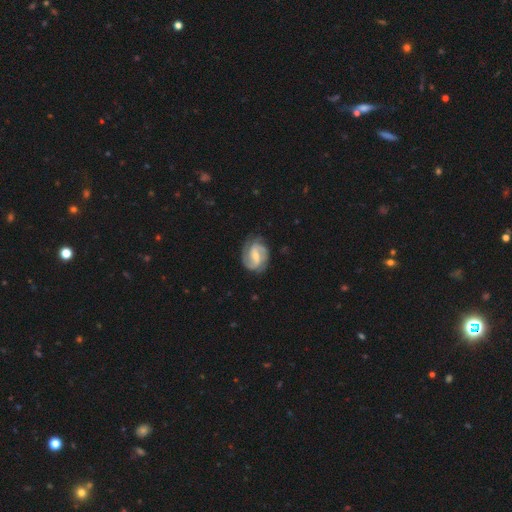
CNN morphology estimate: Smooth or featured?
  - featured or disk: 86% *
  - smooth: 10%
  - star or artifact: 4%
Edge-on disk?
  - no: 98% *
  - yes: 2%
Bar?
  - weak: 48% *
  - strong: 33%
  - no: 19%
Spiral arms?
  - yes: 96% *
  - no: 4%
Spiral winding?
  - medium: 49% *
  - tight: 31%
  - loose: 20%
Spiral arm count?
  - 2: 83% *
  - 3: 7%
  - can't tell: 6%
  - 1: 2%
  - 4: 2%
  - more than 4: 1%
Bulge size?
  - small: 49% *
  - moderate: 45%
  - none: 3%
  - large: 2%
  - dominant: 1%
Merging?
  - none: 78% *
  - minor disturbance: 15%
  - major disturbance: 5%
  - merger: 1%